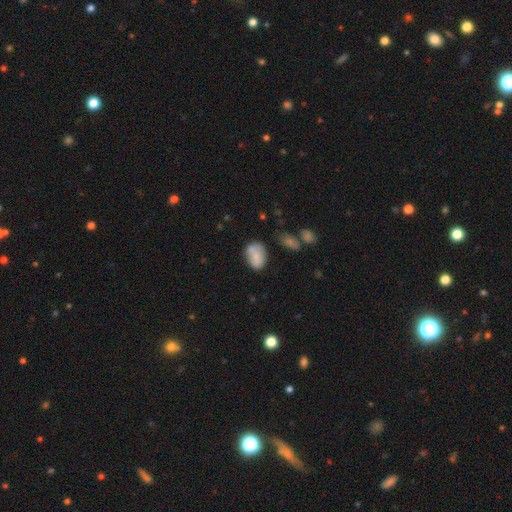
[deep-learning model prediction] A smooth galaxy with no disk features (74%) that is in between round and cigar-shaped (81%).

Vote fractions:
- Smooth or featured? smooth: 74% / featured or disk: 18% / star or artifact: 8%
- How rounded? in between: 81% / round: 18% / cigar-shaped: 1%
- Merging? none: 50% / minor disturbance: 26% / merger: 15% / major disturbance: 9%